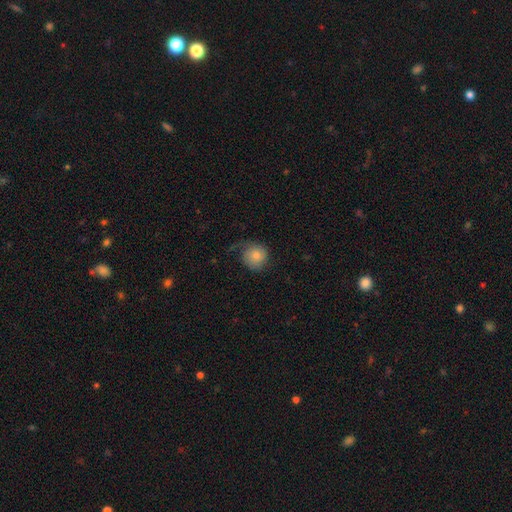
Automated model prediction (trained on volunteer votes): This is likely a smooth galaxy (68%). How rounded: clearly round (84%). Merging: possibly none (49%).